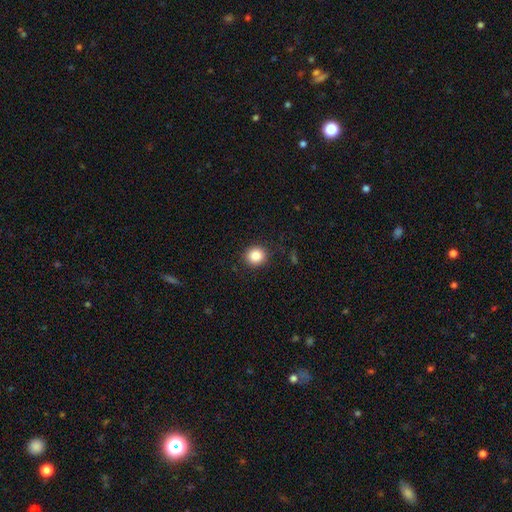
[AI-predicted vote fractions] Smooth or featured? smooth (85%)
How rounded? round (89%)
Merging? none (89%)